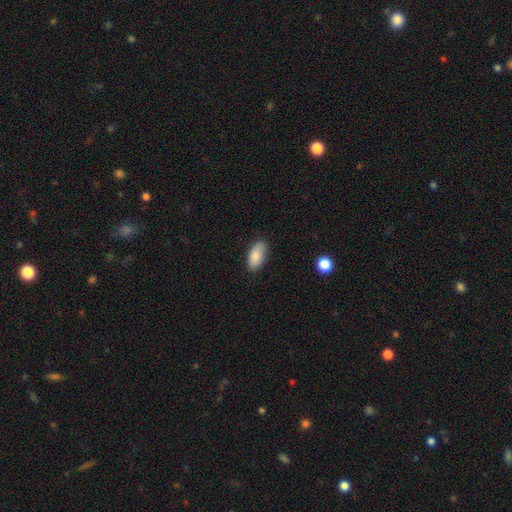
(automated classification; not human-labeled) Q: Smooth or featured?
A: smooth (86%); runner-up: featured or disk (7%)
Q: How rounded?
A: in between (92%); runner-up: cigar-shaped (6%)
Q: Merging?
A: none (82%); runner-up: minor disturbance (14%)